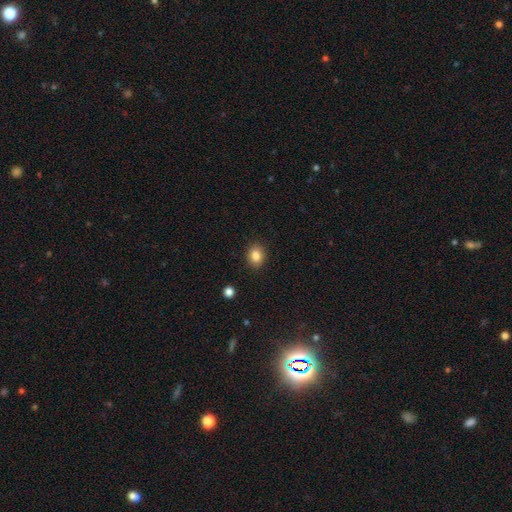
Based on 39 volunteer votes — This appears to be a smooth galaxy with no disk features (87%) that is round (50%, tied with in between). Merging: none (81%).